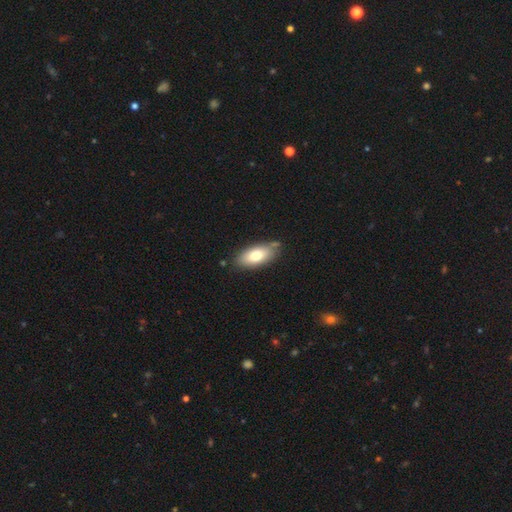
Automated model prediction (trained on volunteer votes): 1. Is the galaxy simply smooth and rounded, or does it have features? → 74% smooth, 19% featured or disk, 7% star or artifact.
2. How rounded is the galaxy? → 90% in between, 7% cigar-shaped, 3% round.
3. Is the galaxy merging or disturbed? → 76% none, 16% minor disturbance, 5% merger, 3% major disturbance.